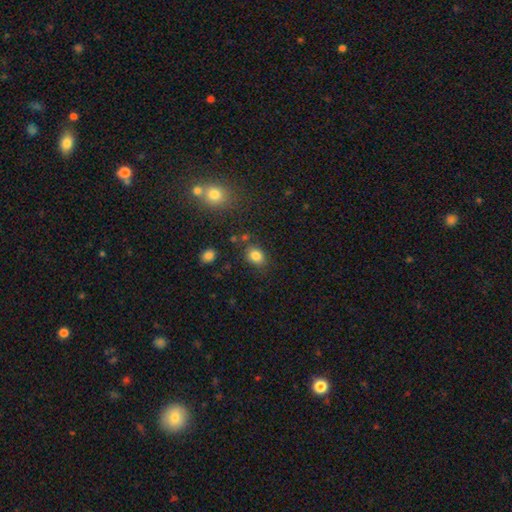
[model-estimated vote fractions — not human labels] Q: Smooth or featured?
A: smooth (83%); runner-up: star or artifact (11%)
Q: How rounded?
A: in between (56%); runner-up: round (43%)
Q: Merging?
A: none (76%); runner-up: minor disturbance (15%)